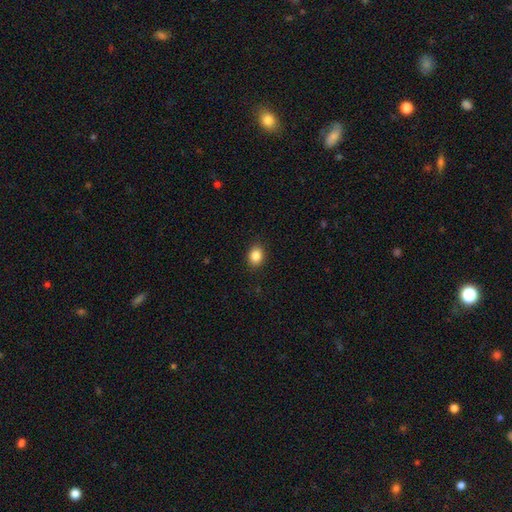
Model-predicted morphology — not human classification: smooth_or_featured: smooth (p=0.86) [alt: star or artifact p=0.09]
how_rounded: round (p=0.50) [alt: in between p=0.49]
merging: none (p=0.90) [alt: minor disturbance p=0.07]